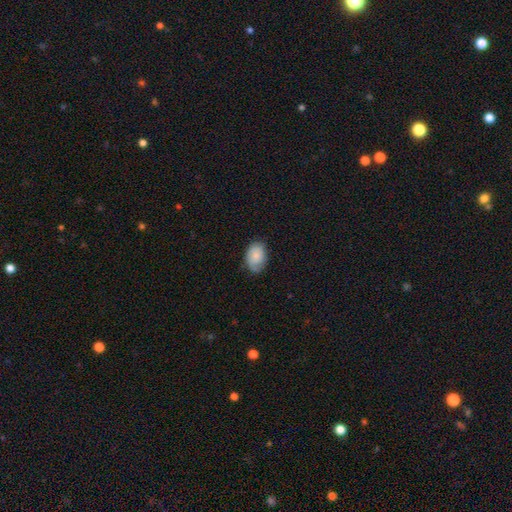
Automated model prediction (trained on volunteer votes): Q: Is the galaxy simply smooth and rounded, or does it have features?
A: smooth — 73%.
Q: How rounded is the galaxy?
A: in between — 81%.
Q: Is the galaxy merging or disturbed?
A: none — 65%.